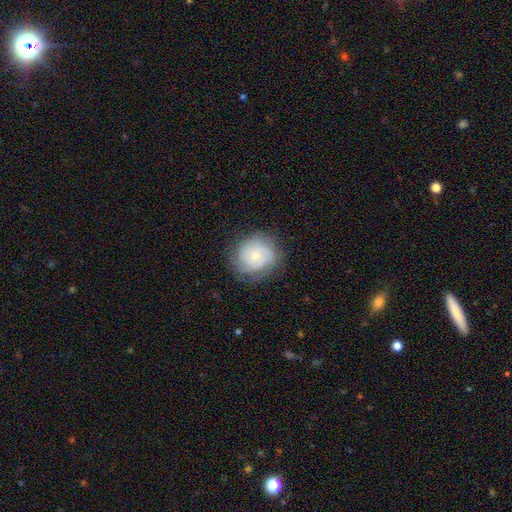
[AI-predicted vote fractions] Smooth or featured? Predicted: featured or disk (p=0.66). Edge-on disk? Predicted: no (p=0.98). Bar? Predicted: no (p=0.80). Spiral arms? Predicted: yes (p=0.91). Spiral winding? Predicted: tight (p=0.62). Spiral arm count? Predicted: 3 (p=0.32). Bulge size? Predicted: small (p=0.69). Merging? Predicted: none (p=0.75).